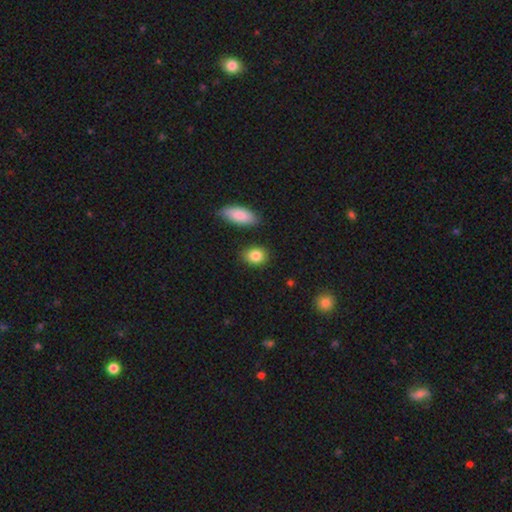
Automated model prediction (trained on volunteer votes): This is clearly a smooth galaxy (85%). How rounded: possibly in between (55%). Merging: clearly none (82%).